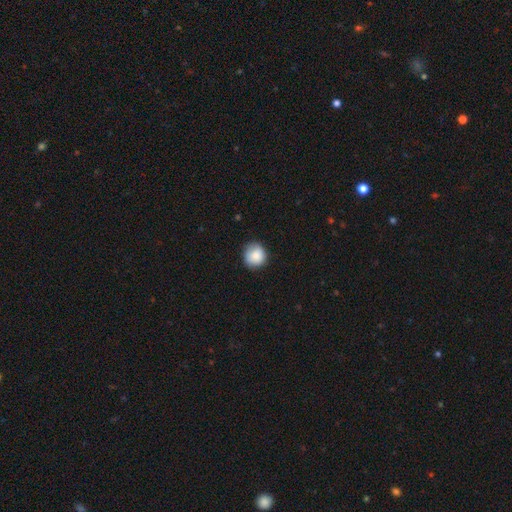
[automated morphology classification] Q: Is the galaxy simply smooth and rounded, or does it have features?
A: smooth — 87%.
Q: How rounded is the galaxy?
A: round — 88%.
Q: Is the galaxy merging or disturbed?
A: none — 79%.